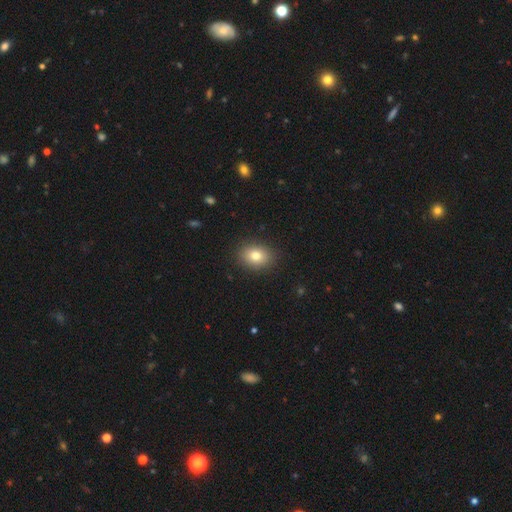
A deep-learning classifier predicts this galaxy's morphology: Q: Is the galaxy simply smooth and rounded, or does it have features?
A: smooth — 80%.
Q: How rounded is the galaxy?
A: in between — 58%.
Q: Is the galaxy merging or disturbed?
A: none — 88%.